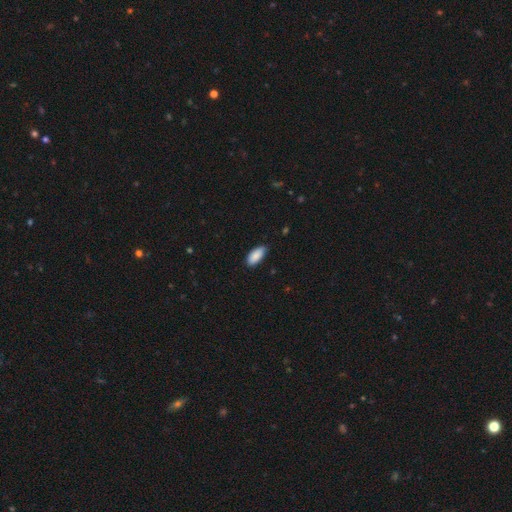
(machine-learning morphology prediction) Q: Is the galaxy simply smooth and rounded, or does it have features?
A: smooth — 89%.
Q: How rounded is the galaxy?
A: in between — 90%.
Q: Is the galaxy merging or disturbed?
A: none — 80%.